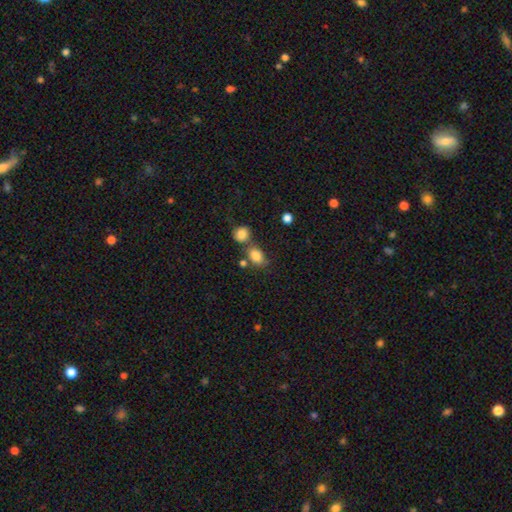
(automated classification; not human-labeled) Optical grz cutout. It shows a smooth galaxy with no disk features (83%) that is in between round and cigar-shaped (73%). Merging: none (54%).